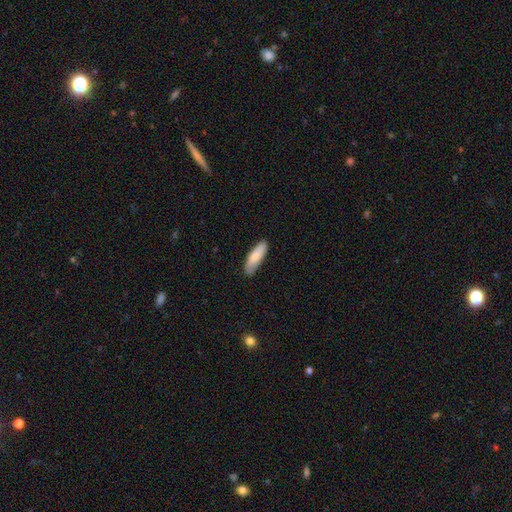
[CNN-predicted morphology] Smooth or featured: smooth — 85% (featured or disk — 10%)
How rounded: cigar-shaped — 53% (in between — 45%)
Merging: none — 79% (minor disturbance — 17%)